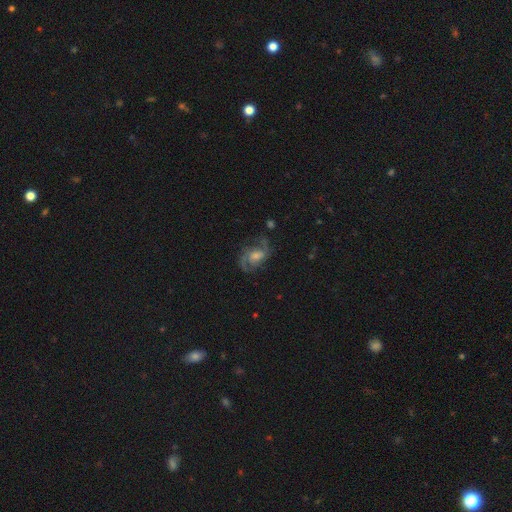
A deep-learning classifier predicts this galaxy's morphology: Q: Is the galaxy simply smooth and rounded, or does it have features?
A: featured or disk — 79%.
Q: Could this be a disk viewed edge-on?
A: no — 97%.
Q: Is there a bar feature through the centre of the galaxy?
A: no — 48%.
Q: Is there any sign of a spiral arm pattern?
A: yes — 95%.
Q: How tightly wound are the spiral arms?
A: medium — 53%.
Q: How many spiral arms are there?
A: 2 — 69%.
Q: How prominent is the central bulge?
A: moderate — 48%.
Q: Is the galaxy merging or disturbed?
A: none — 68%.